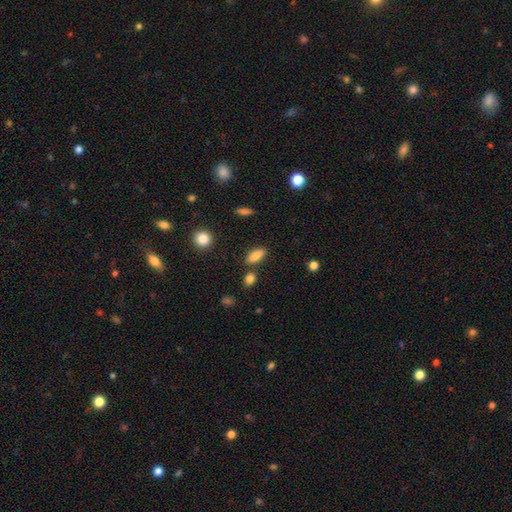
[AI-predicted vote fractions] Q: Smooth or featured?
A: smooth (81%); runner-up: featured or disk (11%)
Q: How rounded?
A: in between (79%); runner-up: cigar-shaped (18%)
Q: Merging?
A: none (80%); runner-up: minor disturbance (10%)